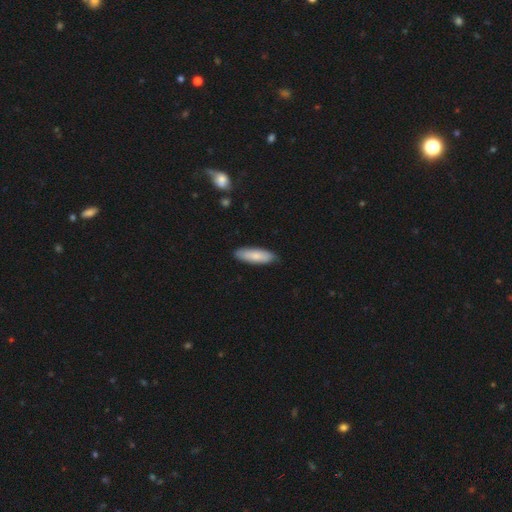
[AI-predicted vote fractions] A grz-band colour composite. It shows a smooth galaxy with no disk features (82%) that is cigar-shaped (49%, tied with in between). Merging: none (87%).